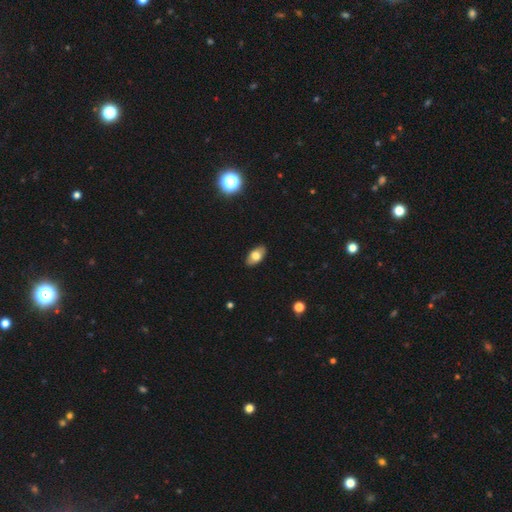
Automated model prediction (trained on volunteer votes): The model was most divided on "smooth or featured": smooth: 73%, featured or disk: 19%, star or artifact: 8%. More confident: how rounded — in between (92%); merging — none (88%).